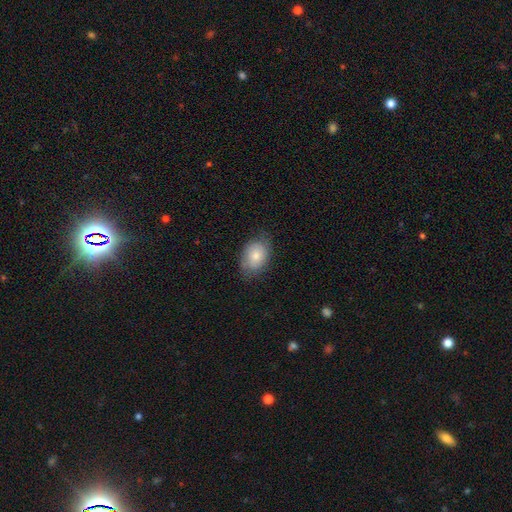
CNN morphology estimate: Q: Smooth or featured?
A: smooth (73%); runner-up: featured or disk (20%)
Q: How rounded?
A: in between (78%); runner-up: round (21%)
Q: Merging?
A: none (70%); runner-up: minor disturbance (23%)